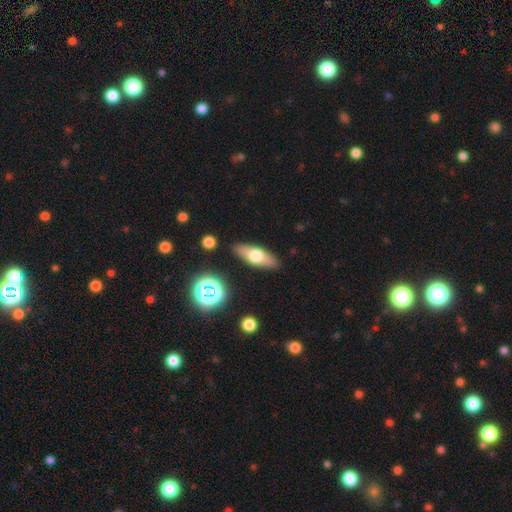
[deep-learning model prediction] This is possibly a smooth galaxy (57%). How rounded: likely in between (66%). Merging: clearly none (86%).